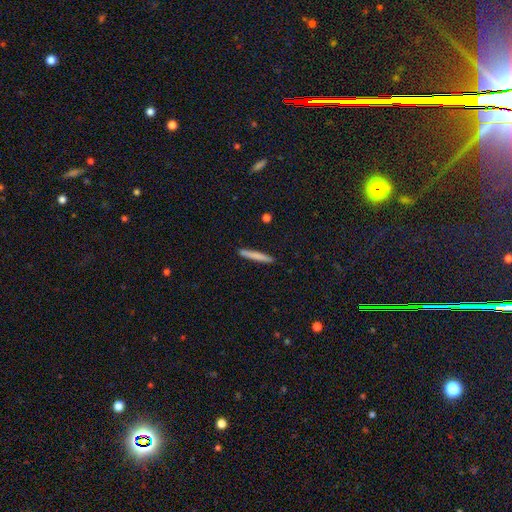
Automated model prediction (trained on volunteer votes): Overall: smooth (78%). How rounded: cigar-shaped (95%). Merging: none (91%).